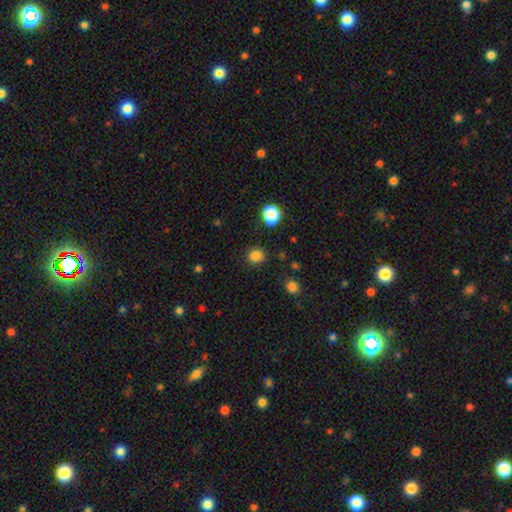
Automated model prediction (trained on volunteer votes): Smooth or featured? Predicted: smooth (p=0.83). How rounded? Predicted: round (p=0.87). Merging? Predicted: none (p=0.88).